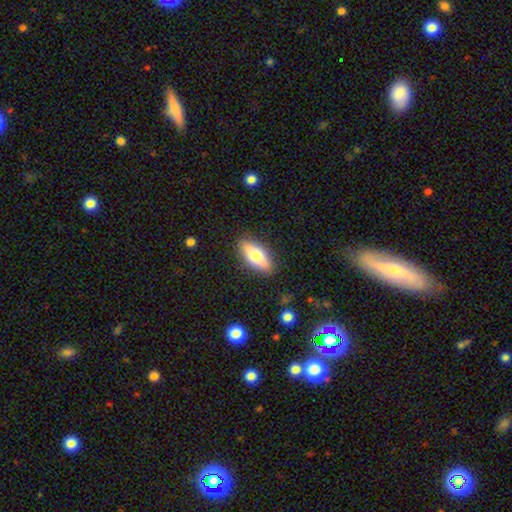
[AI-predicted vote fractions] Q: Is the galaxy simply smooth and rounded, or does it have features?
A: smooth — 65%.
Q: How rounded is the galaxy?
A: in between — 67%.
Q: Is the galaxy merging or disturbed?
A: none — 87%.